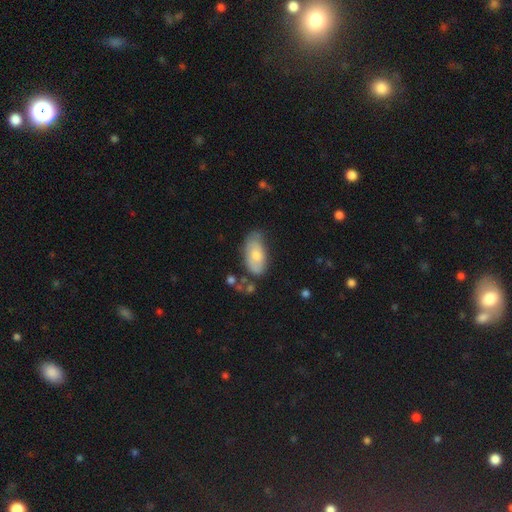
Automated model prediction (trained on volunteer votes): A smooth galaxy with no disk features (65%) that is in between round and cigar-shaped (92%). Merging: none (57%).